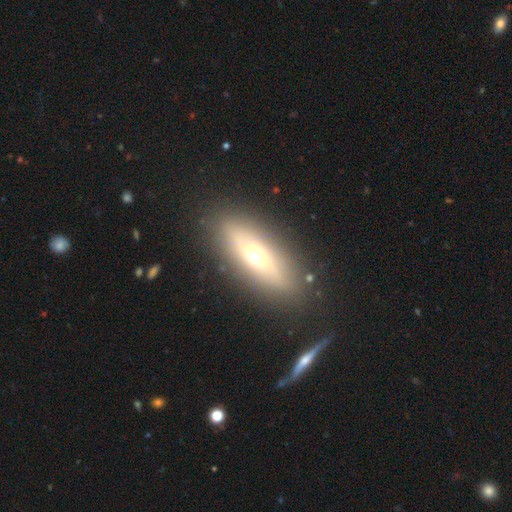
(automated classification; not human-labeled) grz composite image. It shows a smooth galaxy with no disk features (48%). Merging: none (83%).